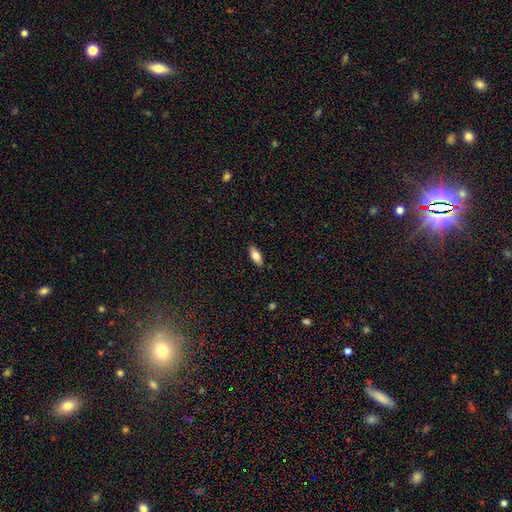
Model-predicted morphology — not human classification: A smooth galaxy with no disk features (79%) that is in between round and cigar-shaped (81%). Merging: none (89%).